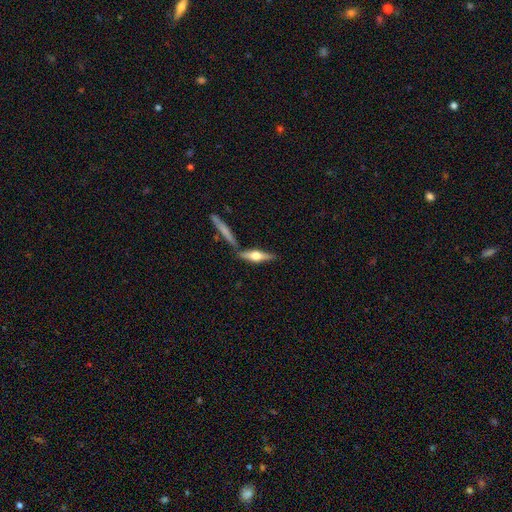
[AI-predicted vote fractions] smooth-or-featured: featured or disk: 60% | smooth: 34% | star or artifact: 6%
  disk-edge-on: yes: 96% | no: 4%
    edge-on-bulge: rounded: 93% | boxy: 5% | none: 2%
  merging: none: 74% | merger: 13% | minor disturbance: 10% | major disturbance: 3%